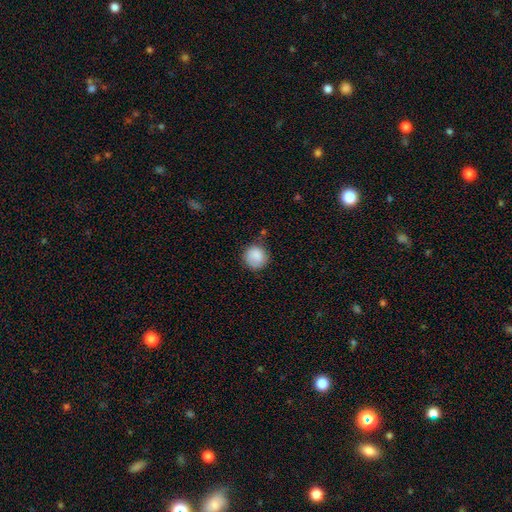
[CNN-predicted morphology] This is clearly a smooth galaxy (87%). How rounded: clearly round (92%). Merging: likely none (77%).